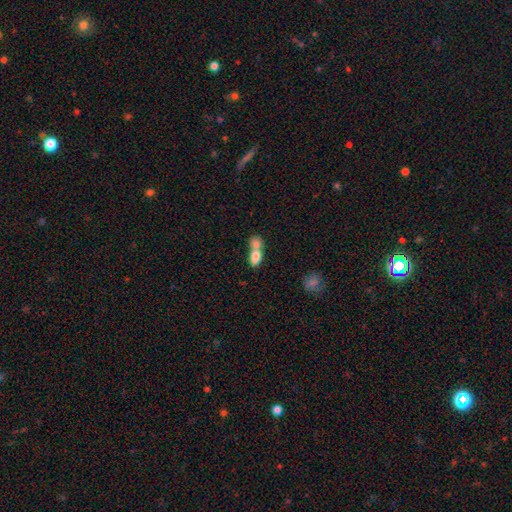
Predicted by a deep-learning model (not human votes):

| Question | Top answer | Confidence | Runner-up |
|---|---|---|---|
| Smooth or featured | smooth | 78% | featured or disk (14%) |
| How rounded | in between | 79% | round (16%) |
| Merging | merger | 70% | none (20%) |